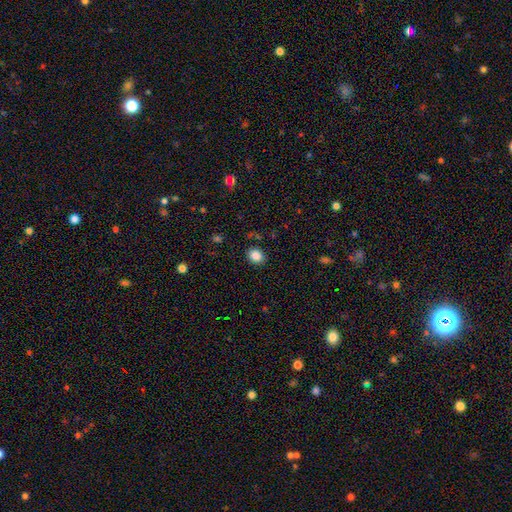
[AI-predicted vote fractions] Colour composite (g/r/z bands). It shows a smooth galaxy with no disk features (86%) that is round (58%). Merging: none (88%).